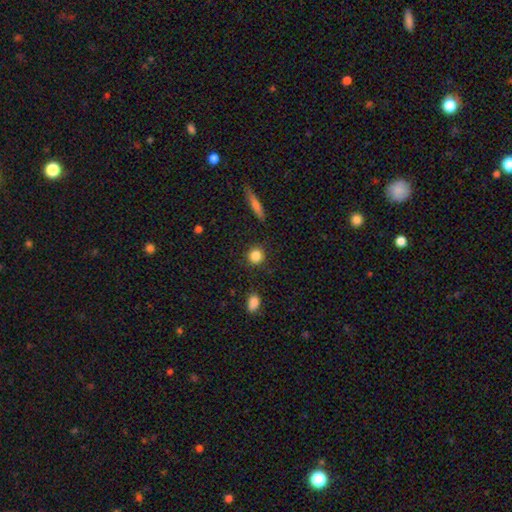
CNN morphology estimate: Smooth or featured?
  - smooth: 86% *
  - star or artifact: 9%
  - featured or disk: 5%
How rounded?
  - round: 90% *
  - in between: 8%
  - cigar-shaped: 2%
Merging?
  - none: 88% *
  - minor disturbance: 7%
  - major disturbance: 2%
  - merger: 2%